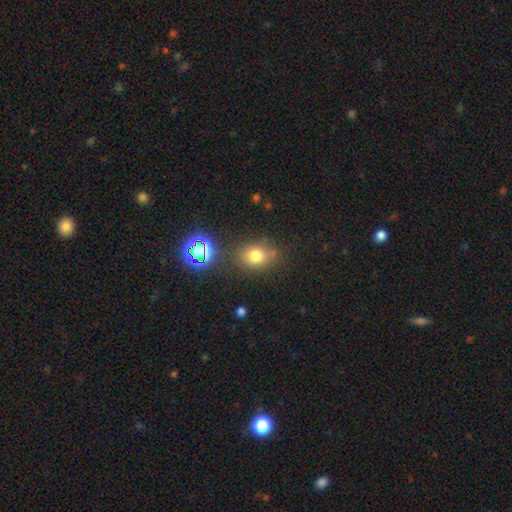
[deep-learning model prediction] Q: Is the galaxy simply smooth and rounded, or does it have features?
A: smooth — 73%.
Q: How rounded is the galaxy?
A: round — 50%.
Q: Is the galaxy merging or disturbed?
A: none — 76%.